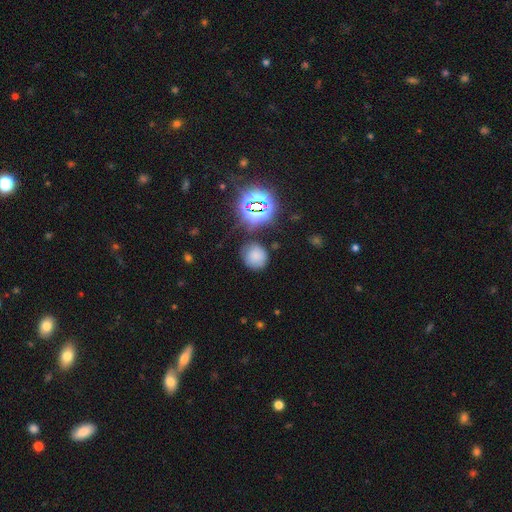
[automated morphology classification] Smooth or featured: smooth — 69% (star or artifact — 21%)
How rounded: round — 81% (in between — 18%)
Merging: none — 74% (minor disturbance — 16%)